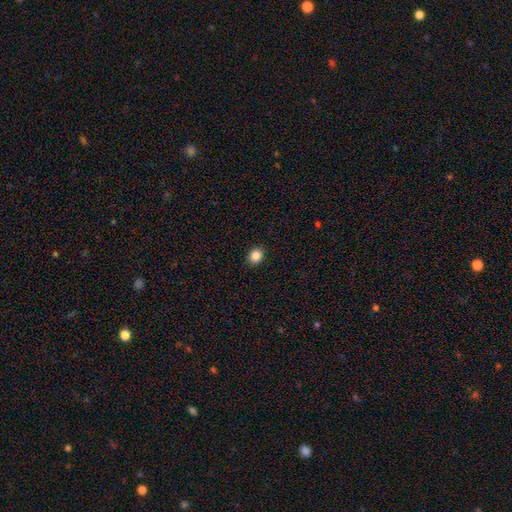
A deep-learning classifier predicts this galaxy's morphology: This is clearly a smooth galaxy (86%). How rounded: possibly round (51%). Merging: clearly none (89%).